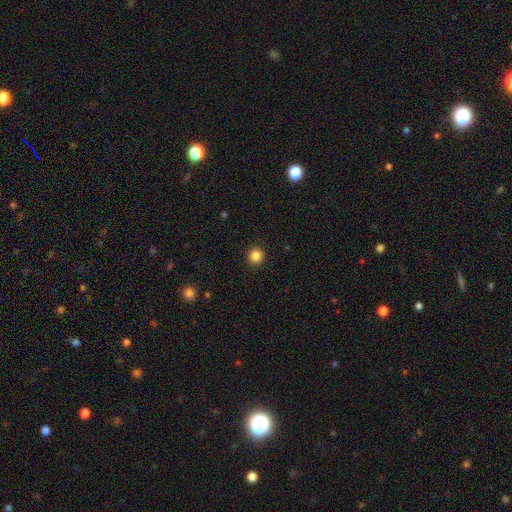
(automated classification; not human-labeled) Smooth or featured? smooth (85%)
How rounded? round (92%)
Merging? none (92%)